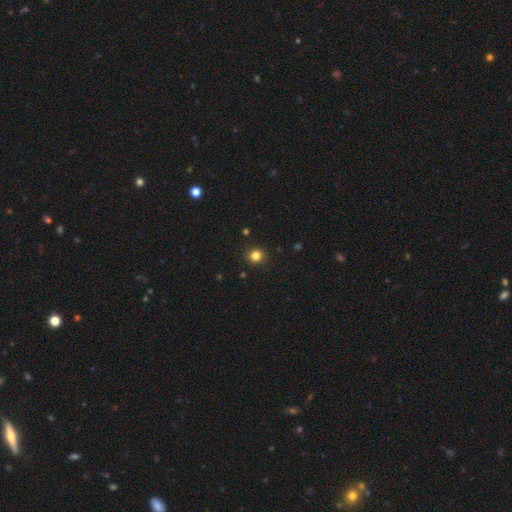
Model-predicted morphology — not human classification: This appears to be a smooth galaxy with no disk features (82%) that is round (91%). Merging: none (91%).